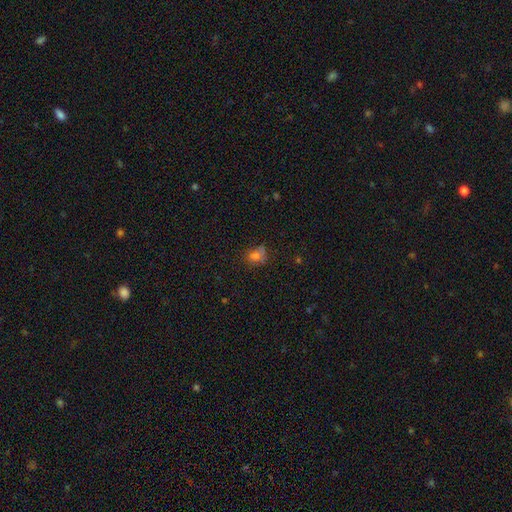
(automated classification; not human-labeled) Smooth or featured?
  - smooth: 66% *
  - star or artifact: 22%
  - featured or disk: 12%
How rounded?
  - round: 62% *
  - in between: 36%
  - cigar-shaped: 1%
Merging?
  - none: 53% *
  - minor disturbance: 21%
  - merger: 16%
  - major disturbance: 10%